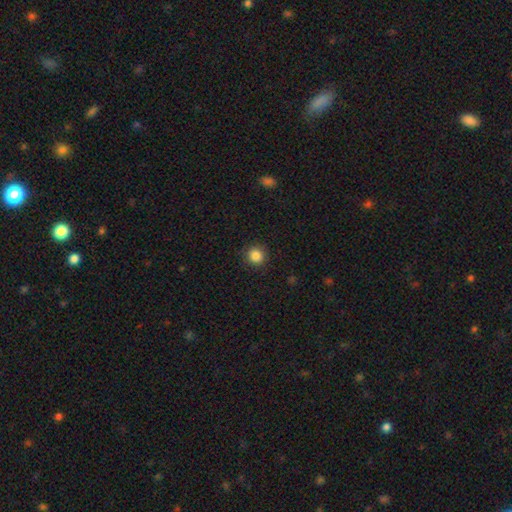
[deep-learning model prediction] Smooth or featured?
  - smooth: 86% *
  - star or artifact: 10%
  - featured or disk: 4%
How rounded?
  - round: 93% *
  - in between: 6%
  - cigar-shaped: 1%
Merging?
  - none: 91% *
  - minor disturbance: 6%
  - major disturbance: 2%
  - merger: 1%